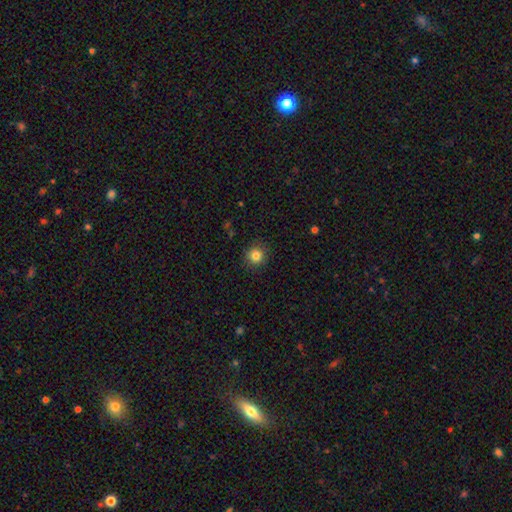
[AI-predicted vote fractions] smooth-or-featured: smooth: 83% | star or artifact: 11% | featured or disk: 6%
  how-rounded: round: 93% | in between: 6% | cigar-shaped: 1%
  merging: none: 90% | minor disturbance: 7% | major disturbance: 2% | merger: 1%